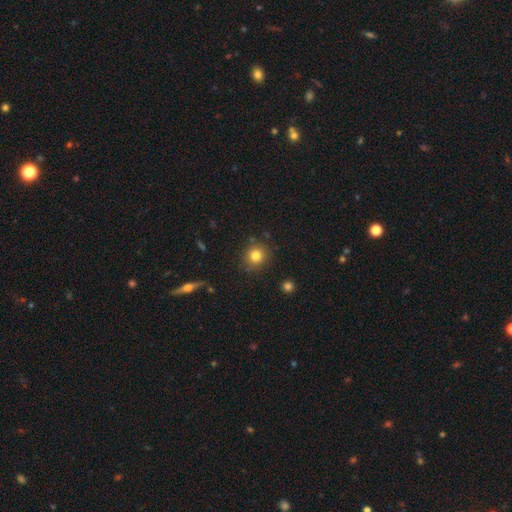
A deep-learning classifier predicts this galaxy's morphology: This is clearly a smooth galaxy (81%). How rounded: clearly round (86%). Merging: clearly none (84%).